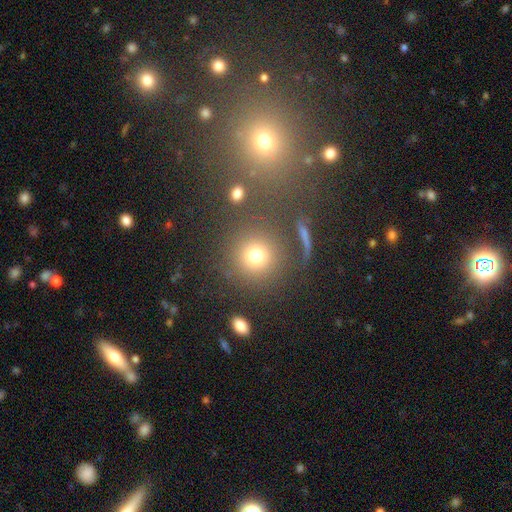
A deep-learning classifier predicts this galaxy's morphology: Smooth or featured? smooth (74%)
How rounded? round (91%)
Merging? none (78%)